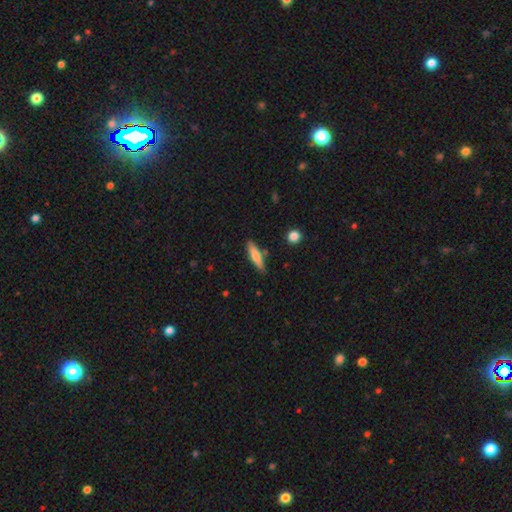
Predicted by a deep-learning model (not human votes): smooth-or-featured: smooth: 70% | featured or disk: 24% | star or artifact: 6%
  how-rounded: cigar-shaped: 77% | in between: 21% | round: 2%
  merging: none: 83% | minor disturbance: 11% | merger: 3% | major disturbance: 2%